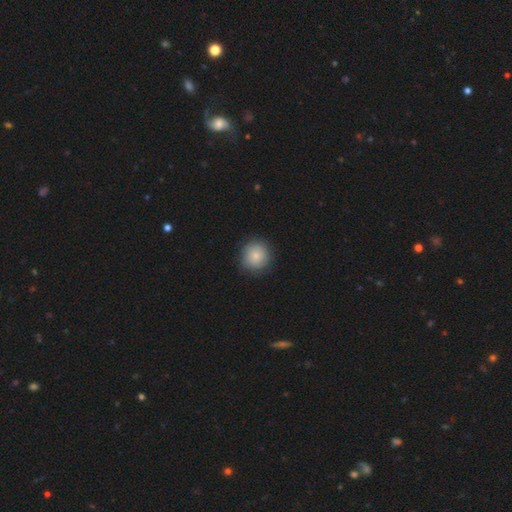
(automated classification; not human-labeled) This is likely a smooth galaxy (78%). How rounded: clearly round (92%). Merging: clearly none (85%).